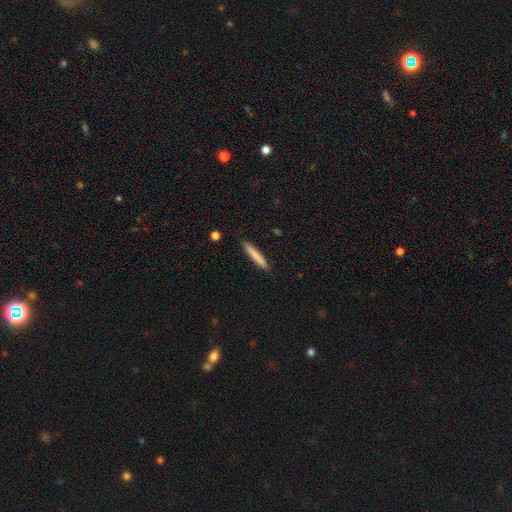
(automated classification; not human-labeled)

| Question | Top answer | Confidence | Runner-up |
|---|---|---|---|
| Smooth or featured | smooth | 78% | featured or disk (16%) |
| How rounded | cigar-shaped | 95% | in between (4%) |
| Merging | none | 91% | minor disturbance (6%) |